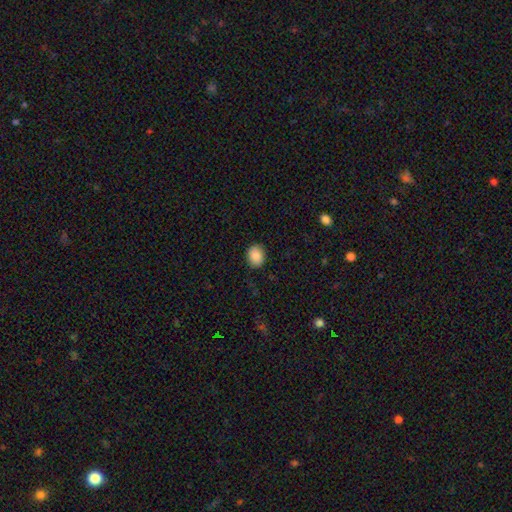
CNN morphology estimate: Smooth or featured? smooth (88%)
How rounded? in between (51%)
Merging? none (86%)